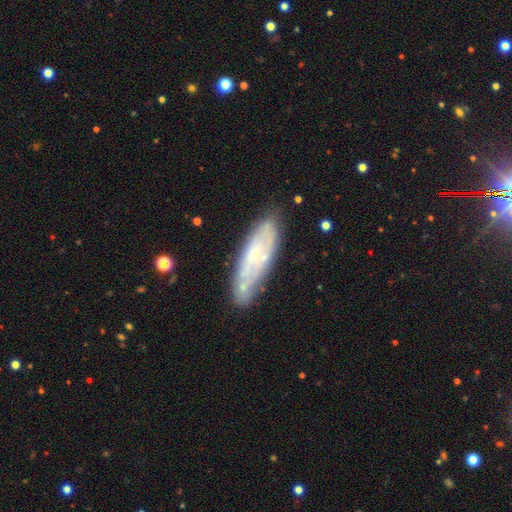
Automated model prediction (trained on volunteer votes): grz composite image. It shows a featured or disk galaxy (54%). Merging: none (70%).